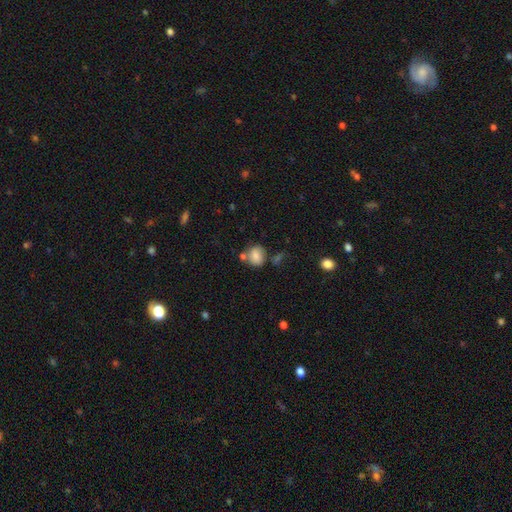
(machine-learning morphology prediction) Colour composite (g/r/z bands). It shows a smooth galaxy with no disk features (78%) that is round (62%). Merging: none (60%).